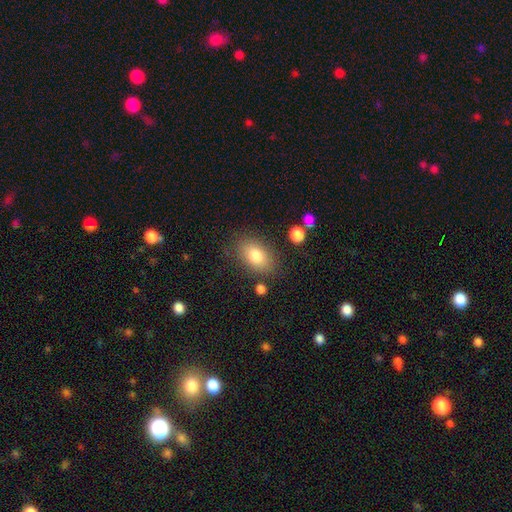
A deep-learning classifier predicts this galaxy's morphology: smooth-or-featured: smooth: 79% | featured or disk: 13% | star or artifact: 8%
  how-rounded: in between: 87% | round: 12% | cigar-shaped: 2%
  merging: none: 80% | minor disturbance: 13% | major disturbance: 4% | merger: 3%